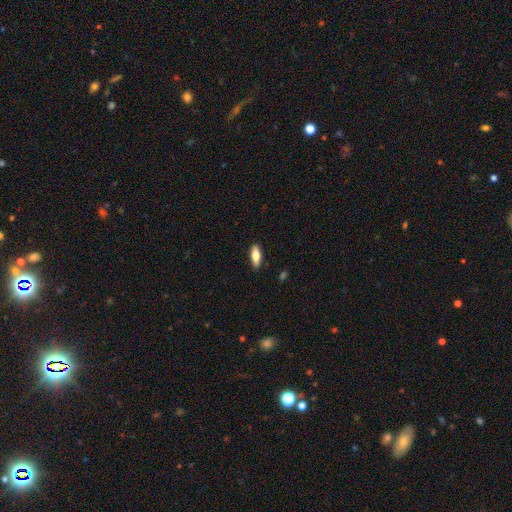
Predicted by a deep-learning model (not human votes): smooth 71%, featured or disk 23%, star or artifact 6%. Down the decision tree: how rounded — in between (70%); merging — none (89%).